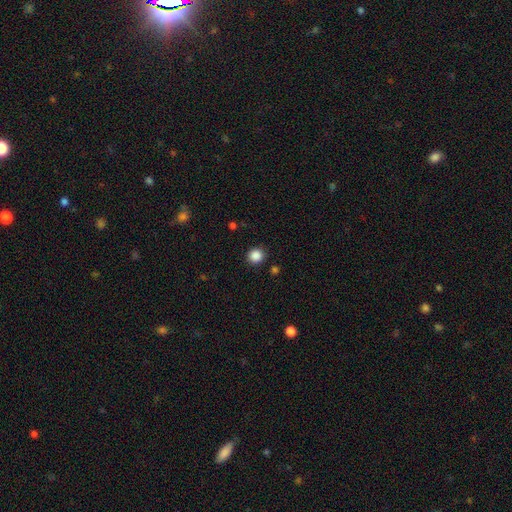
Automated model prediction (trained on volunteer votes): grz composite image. It shows a smooth galaxy with no disk features (87%) that is round (90%). Merging: none (89%).